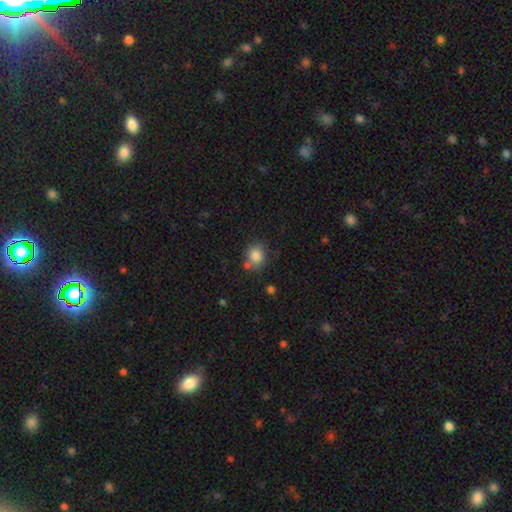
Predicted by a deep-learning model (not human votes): Smooth or featured: smooth — 83% (star or artifact — 10%)
How rounded: round — 76% (in between — 23%)
Merging: none — 69% (minor disturbance — 14%)